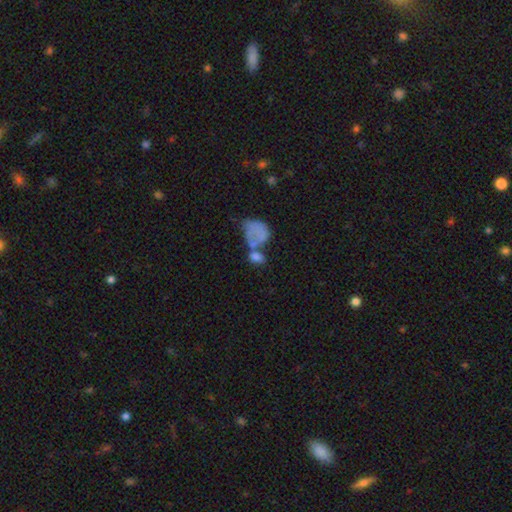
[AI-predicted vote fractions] Smooth or featured: smooth — 64% (featured or disk — 22%)
How rounded: in between — 69% (round — 29%)
Merging: merger — 47% (none — 24%)